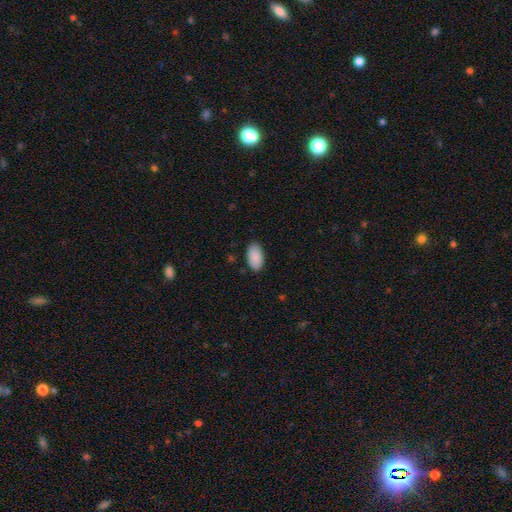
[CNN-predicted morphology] A smooth galaxy with no disk features (90%) that is in between round and cigar-shaped (95%). Merging: none (84%).